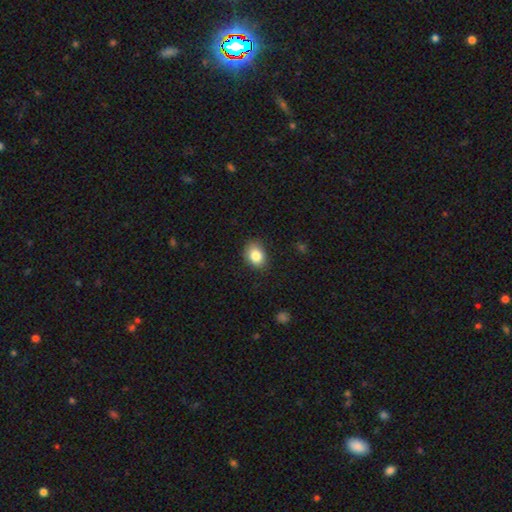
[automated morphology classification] The model was most divided on "how rounded": in between: 62%, round: 37%, cigar-shaped: 1%. More confident: smooth or featured — smooth (84%); merging — none (81%).